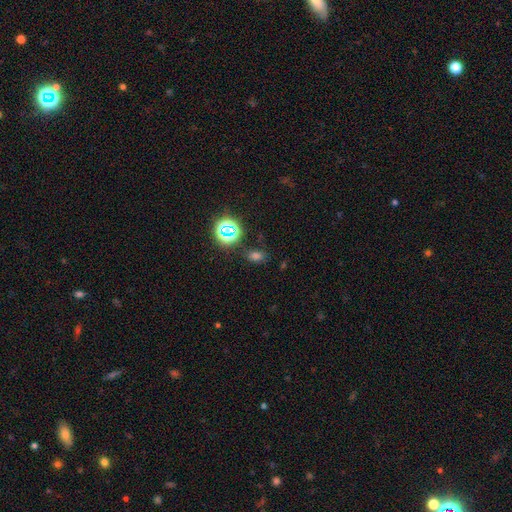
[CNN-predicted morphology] A smooth galaxy with no disk features (61%) that is in between round and cigar-shaped (71%).

Vote fractions:
- Smooth or featured? smooth: 61% / star or artifact: 32% / featured or disk: 7%
- How rounded? in between: 71% / round: 27% / cigar-shaped: 2%
- Merging? none: 77% / minor disturbance: 14% / major disturbance: 5% / merger: 4%